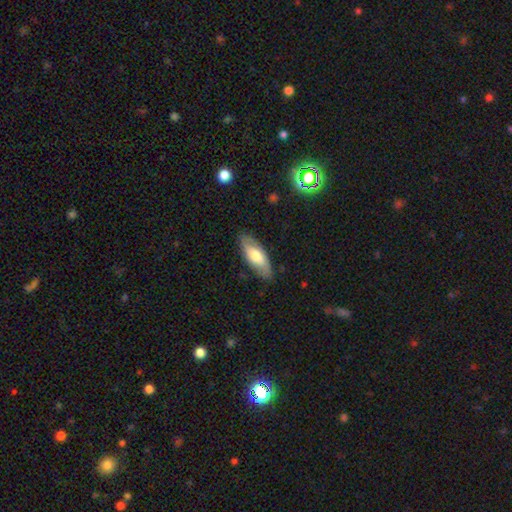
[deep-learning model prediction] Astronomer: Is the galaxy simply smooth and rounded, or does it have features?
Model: smooth — 61%.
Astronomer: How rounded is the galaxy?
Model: in between — 76%.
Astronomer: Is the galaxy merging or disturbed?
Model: none — 83%.